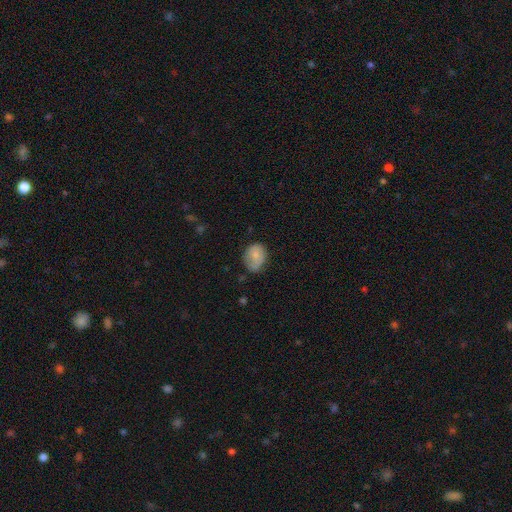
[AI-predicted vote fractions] smooth_or_featured: smooth (p=0.74) [alt: featured or disk p=0.18]
how_rounded: in between (p=0.62) [alt: round p=0.37]
merging: none (p=0.56) [alt: minor disturbance p=0.32]